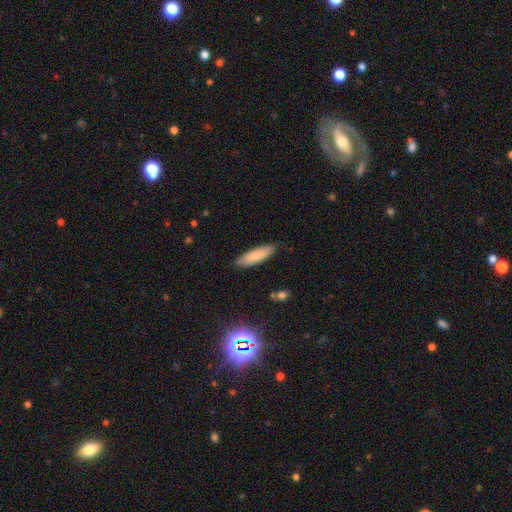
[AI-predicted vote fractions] Smooth or featured: smooth — 82% (featured or disk — 12%)
How rounded: cigar-shaped — 57% (in between — 42%)
Merging: none — 86% (minor disturbance — 11%)